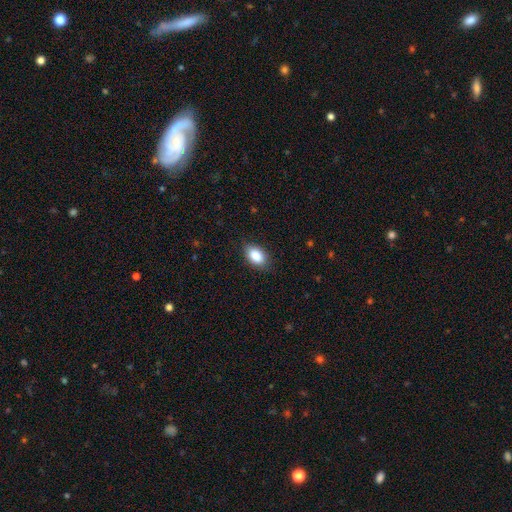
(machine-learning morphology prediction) Smooth or featured: smooth — 87% (star or artifact — 7%)
How rounded: in between — 90% (round — 8%)
Merging: none — 86% (minor disturbance — 11%)